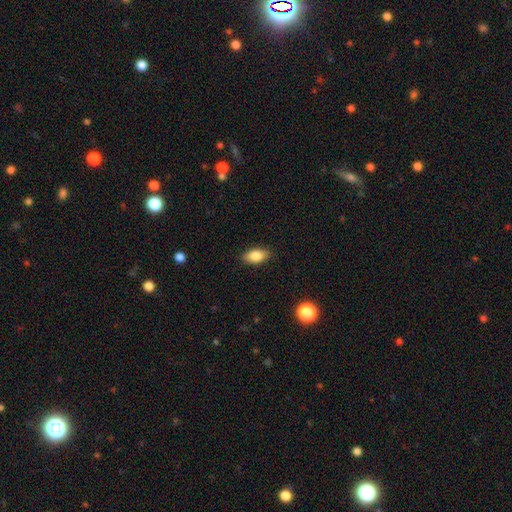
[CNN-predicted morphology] This appears to be a smooth galaxy with no disk features (84%) that is in between round and cigar-shaped (89%). Merging: none (87%).